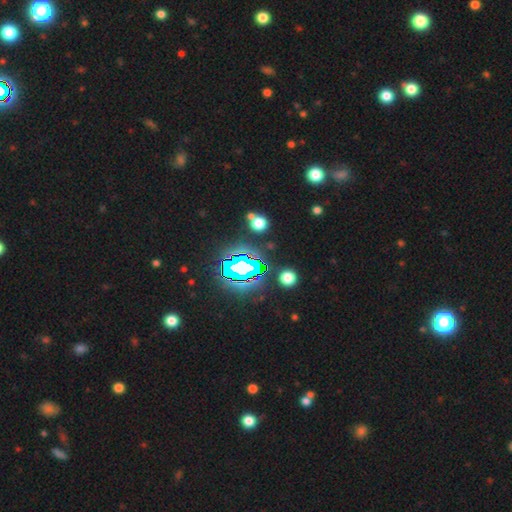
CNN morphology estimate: A star or artifact, not a galaxy (81%).